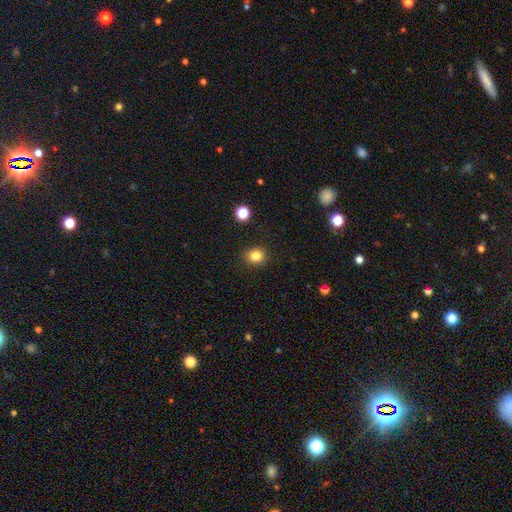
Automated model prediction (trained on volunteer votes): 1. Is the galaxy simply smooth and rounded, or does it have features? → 82% smooth, 12% star or artifact, 6% featured or disk.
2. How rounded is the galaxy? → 77% round, 22% in between, 1% cigar-shaped.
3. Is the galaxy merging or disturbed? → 90% none, 7% minor disturbance, 2% major disturbance, 1% merger.